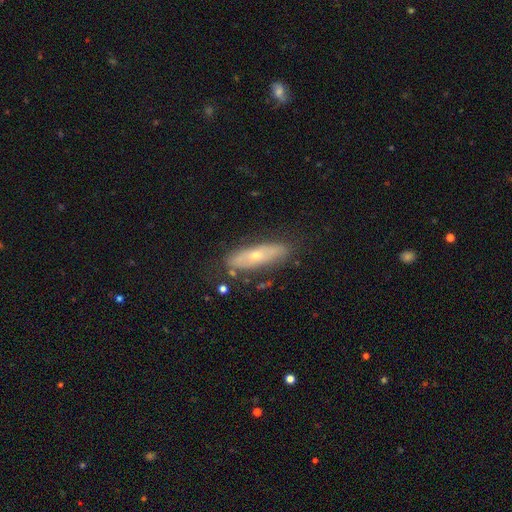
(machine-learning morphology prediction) smooth-or-featured: featured or disk: 51% | smooth: 41% | star or artifact: 8%
  disk-edge-on: no: 56% | yes: 44%
  merging: none: 76% | minor disturbance: 16% | major disturbance: 5% | merger: 3%